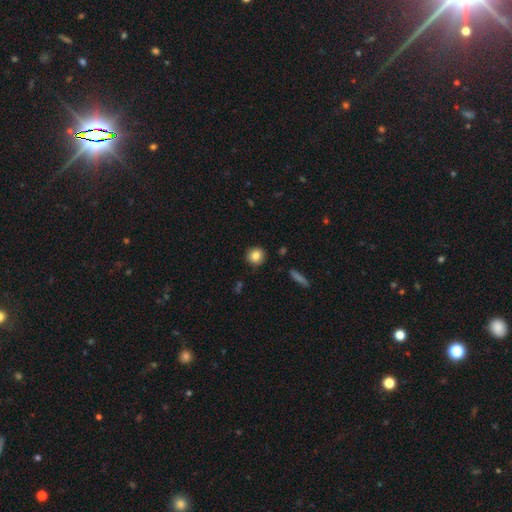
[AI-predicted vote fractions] Smooth or featured? Predicted: smooth (p=0.83). How rounded? Predicted: round (p=0.91). Merging? Predicted: none (p=0.90).